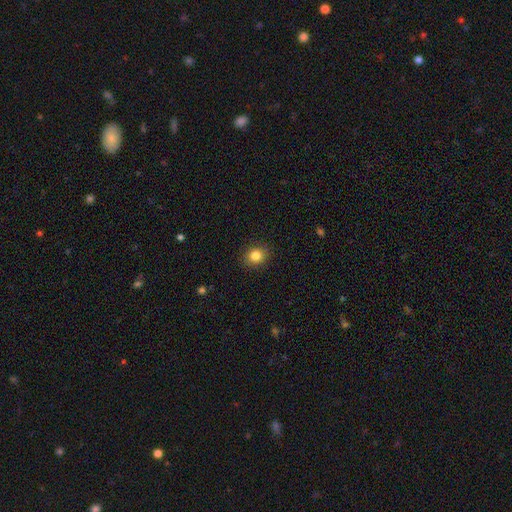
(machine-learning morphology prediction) A smooth galaxy with no disk features (83%) that is round (64%).

Vote fractions:
- Smooth or featured? smooth: 83% / star or artifact: 11% / featured or disk: 6%
- How rounded? round: 64% / in between: 35% / cigar-shaped: 1%
- Merging? none: 90% / minor disturbance: 7% / major disturbance: 2% / merger: 1%